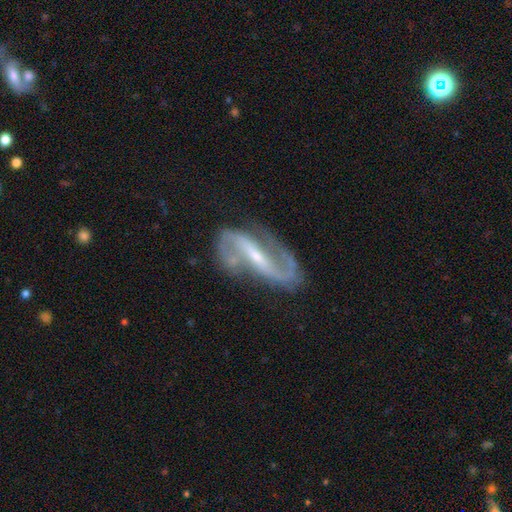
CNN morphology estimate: A featured or disk galaxy (90%) with a strong bar (59%), 2 (92%) medium (45%) spiral arms (96%) and a small central bulge (63%). Merging: none (72%).